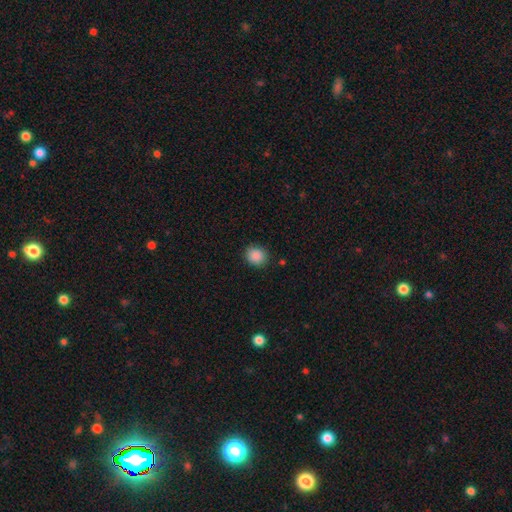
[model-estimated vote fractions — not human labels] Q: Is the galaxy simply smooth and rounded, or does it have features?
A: smooth — 88%.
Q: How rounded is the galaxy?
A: round — 78%.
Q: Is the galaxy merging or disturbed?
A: none — 89%.